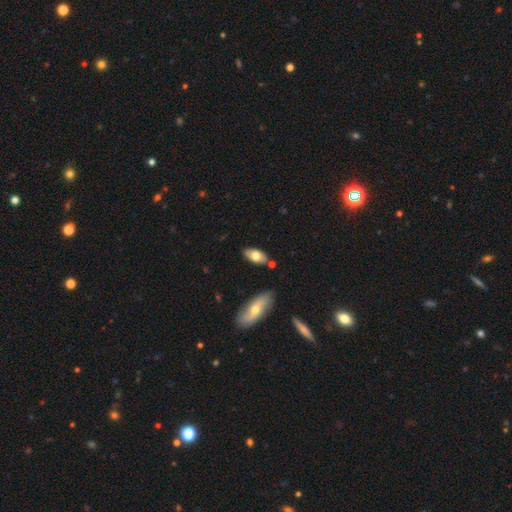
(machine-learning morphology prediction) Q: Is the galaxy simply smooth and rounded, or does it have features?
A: smooth — 71%.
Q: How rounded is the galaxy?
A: in between — 90%.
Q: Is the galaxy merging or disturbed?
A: none — 79%.